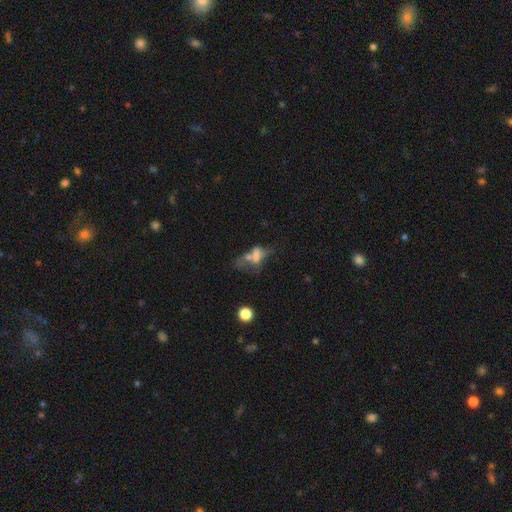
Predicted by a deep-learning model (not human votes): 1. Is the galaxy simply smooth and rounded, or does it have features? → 46% smooth, 38% featured or disk, 16% star or artifact.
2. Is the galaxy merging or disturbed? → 39% merger, 29% major disturbance, 20% none, 13% minor disturbance.